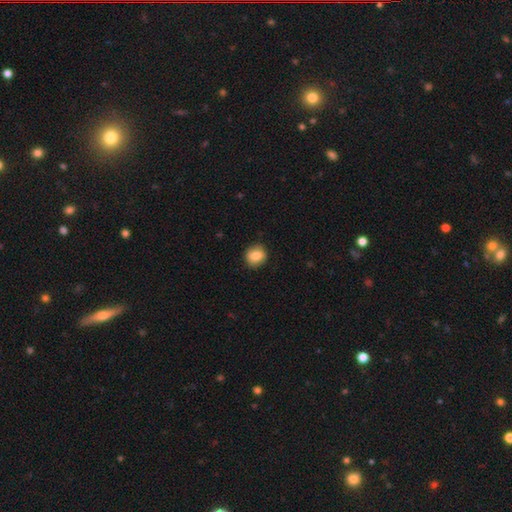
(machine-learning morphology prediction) A smooth galaxy with no disk features (81%) that is round (78%).

Vote fractions:
- Smooth or featured? smooth: 81% / featured or disk: 11% / star or artifact: 8%
- How rounded? round: 78% / in between: 20% / cigar-shaped: 1%
- Merging? none: 88% / minor disturbance: 9% / major disturbance: 2% / merger: 1%